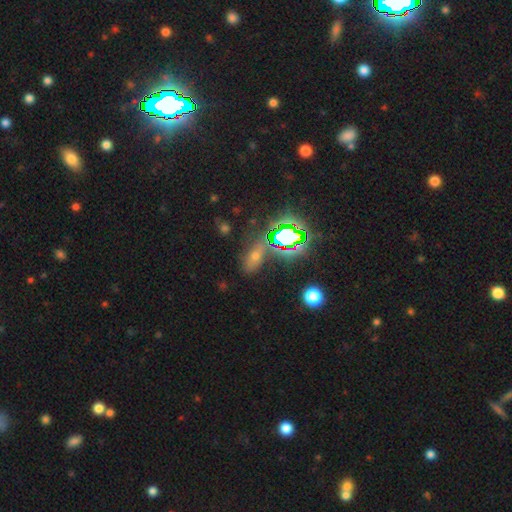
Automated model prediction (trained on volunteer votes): Smooth or featured?
  - star or artifact: 49% *
  - smooth: 36%
  - featured or disk: 15%